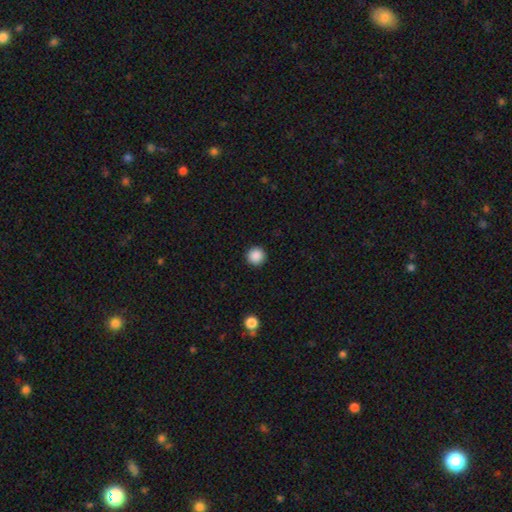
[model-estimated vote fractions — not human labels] smooth_or_featured: smooth (p=0.88) [alt: star or artifact p=0.09]
how_rounded: round (p=0.96) [alt: in between p=0.03]
merging: none (p=0.93) [alt: minor disturbance p=0.04]